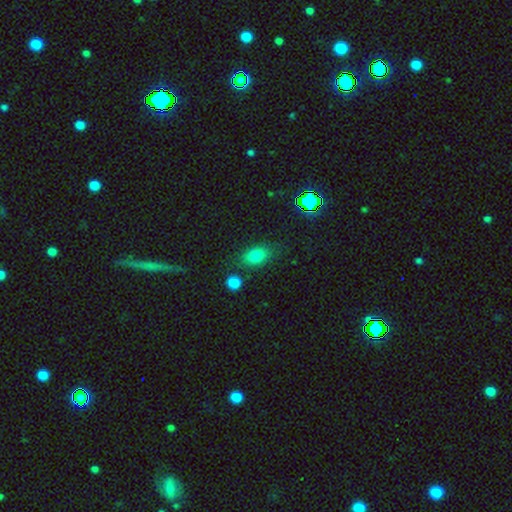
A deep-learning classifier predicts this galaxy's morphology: smooth_or_featured: smooth (p=0.77) [alt: star or artifact p=0.14]
how_rounded: in between (p=0.77) [alt: round p=0.20]
merging: none (p=0.75) [alt: minor disturbance p=0.15]